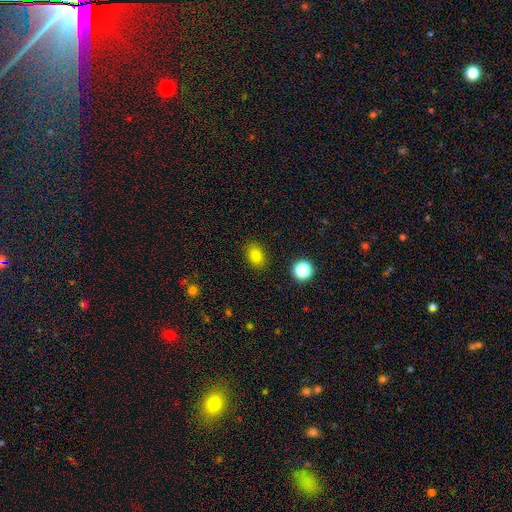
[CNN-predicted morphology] Q: Smooth or featured?
A: smooth (82%); runner-up: star or artifact (13%)
Q: How rounded?
A: in between (78%); runner-up: round (21%)
Q: Merging?
A: none (86%); runner-up: minor disturbance (10%)